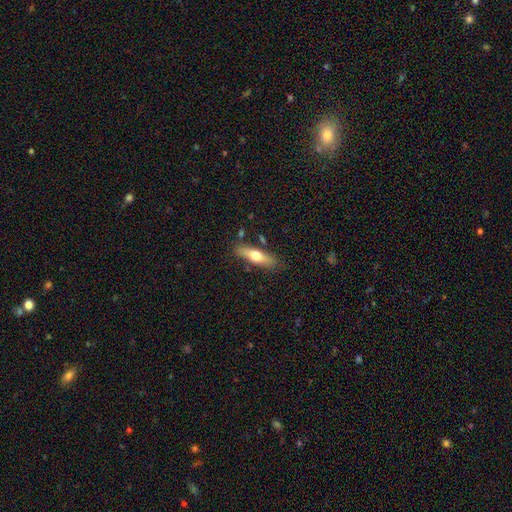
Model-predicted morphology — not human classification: smooth 56%, featured or disk 38%, star or artifact 6%. Down the decision tree: how rounded — cigar-shaped (61%); merging — none (80%).